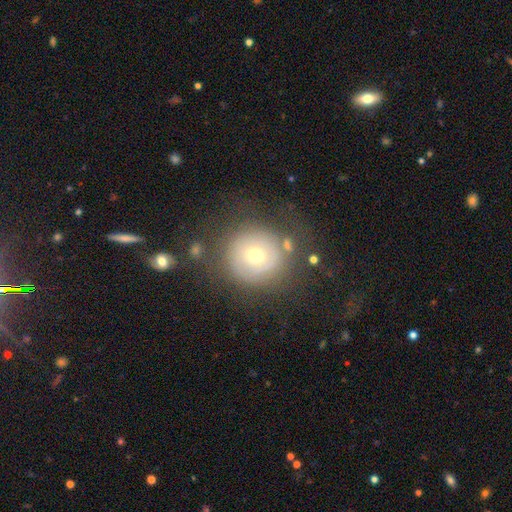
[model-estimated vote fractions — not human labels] A smooth galaxy with no disk features (48%). Merging: none (70%).